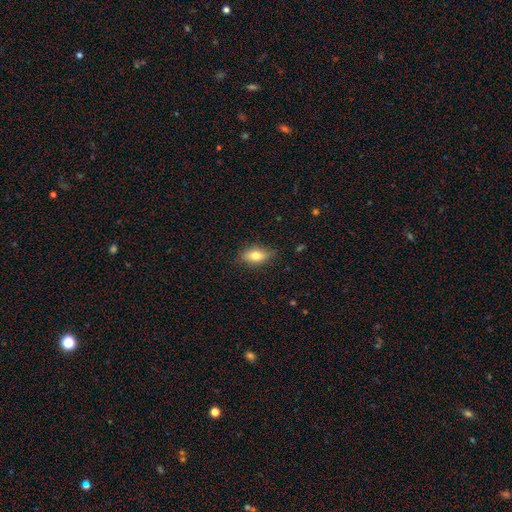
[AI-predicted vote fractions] smooth 75%, featured or disk 17%, star or artifact 8%. Down the decision tree: how rounded — in between (83%); merging — none (83%).